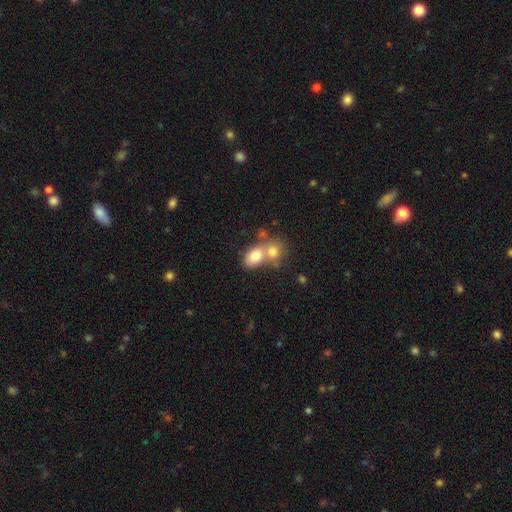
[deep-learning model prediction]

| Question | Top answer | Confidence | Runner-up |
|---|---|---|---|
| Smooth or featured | smooth | 77% | featured or disk (15%) |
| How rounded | in between | 74% | round (24%) |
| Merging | merger | 62% | none (26%) |